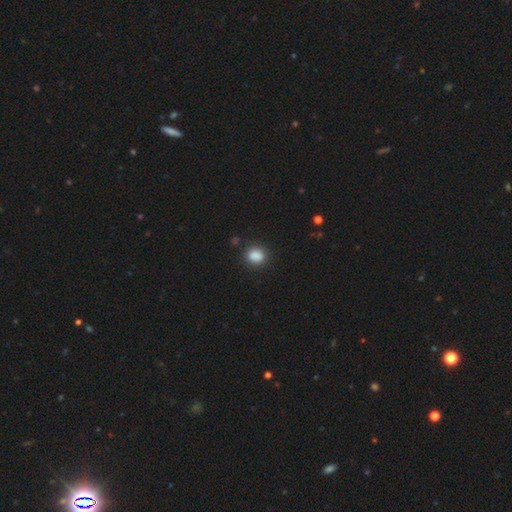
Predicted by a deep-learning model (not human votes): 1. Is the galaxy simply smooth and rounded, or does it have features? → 86% smooth, 10% star or artifact, 4% featured or disk.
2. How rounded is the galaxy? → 58% round, 40% in between, 1% cigar-shaped.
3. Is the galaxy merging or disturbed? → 82% none, 12% minor disturbance, 4% major disturbance, 2% merger.